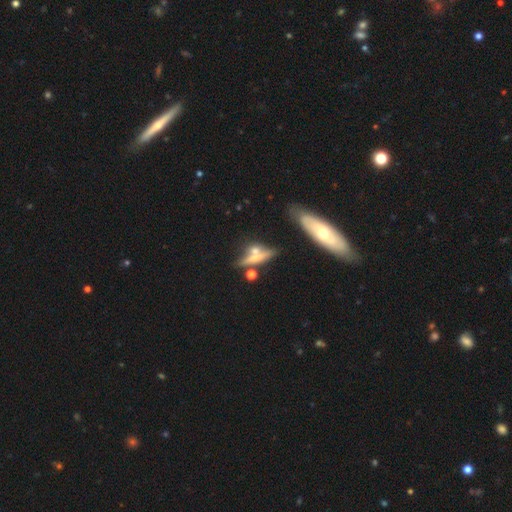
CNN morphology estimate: This is possibly a featured or disk galaxy (47%). Merging: possibly none (49%).